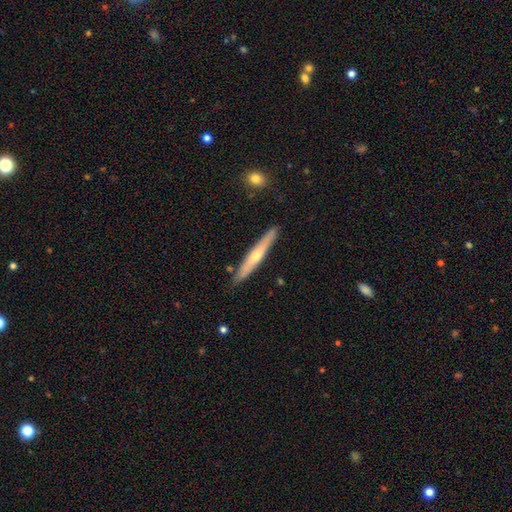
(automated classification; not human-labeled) The model was most divided on "smooth or featured": featured or disk: 57%, smooth: 38%, star or artifact: 6%. More confident: edge-on disk — yes (94%); merging — none (88%); edge-on bulge — rounded (76%).